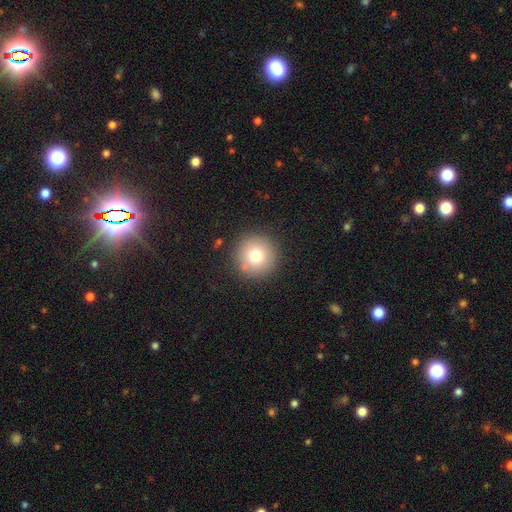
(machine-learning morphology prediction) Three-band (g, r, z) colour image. It shows a smooth galaxy with no disk features (75%) that is round (96%). Merging: none (88%).